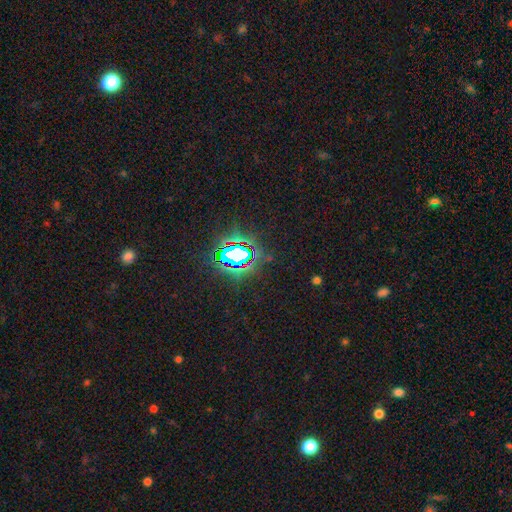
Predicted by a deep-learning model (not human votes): Overall: star or artifact (82%).